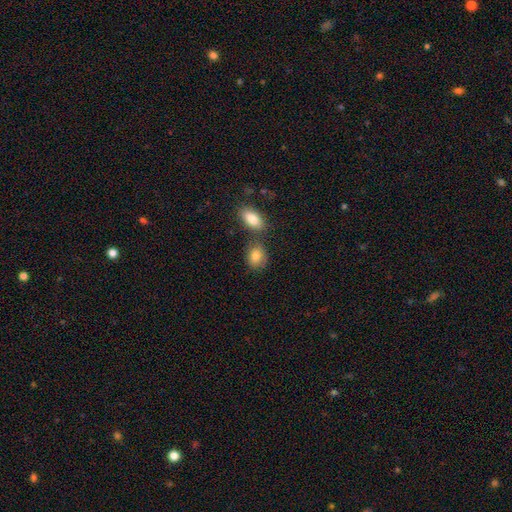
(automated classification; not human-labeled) The model was most divided on "how rounded": in between: 67%, round: 31%, cigar-shaped: 2%. More confident: smooth or featured — smooth (83%); merging — none (62%).